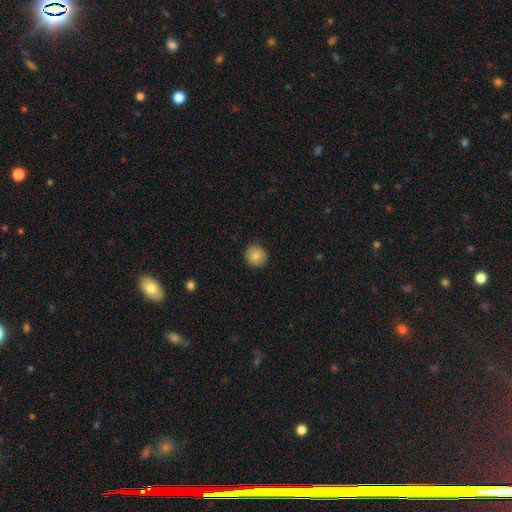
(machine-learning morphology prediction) Q: Smooth or featured?
A: smooth (84%); runner-up: featured or disk (8%)
Q: How rounded?
A: round (92%); runner-up: in between (7%)
Q: Merging?
A: none (89%); runner-up: minor disturbance (8%)